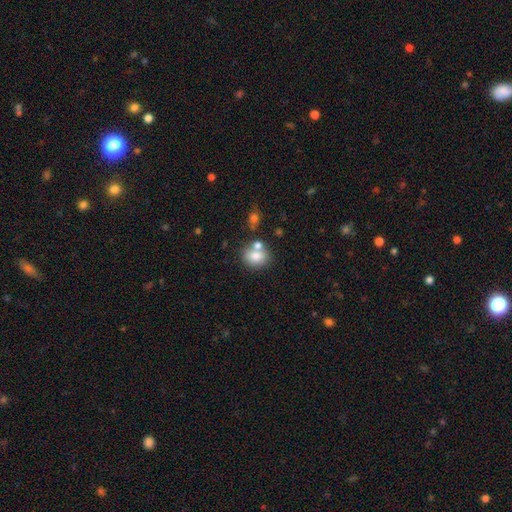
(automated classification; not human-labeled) Smooth or featured? smooth (79%)
How rounded? round (57%)
Merging? none (58%)